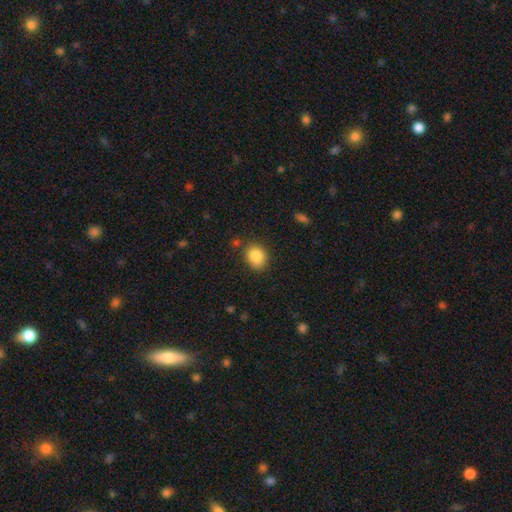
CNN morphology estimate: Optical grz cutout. It shows a smooth galaxy with no disk features (85%) that is round (60%). Merging: none (74%).